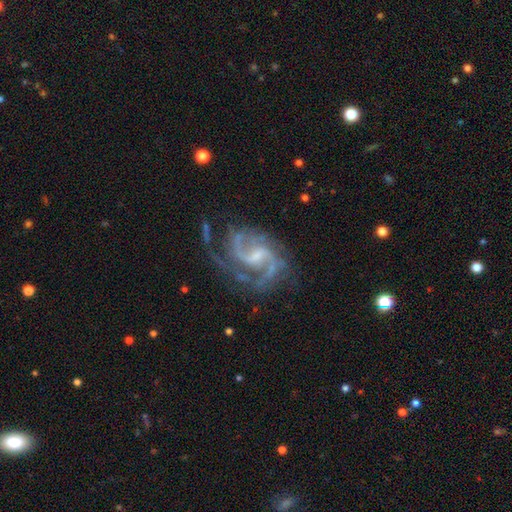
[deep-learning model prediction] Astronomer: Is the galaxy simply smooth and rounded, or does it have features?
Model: featured or disk — 90%.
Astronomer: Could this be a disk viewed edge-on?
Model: no — 98%.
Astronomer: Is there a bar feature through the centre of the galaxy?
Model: weak — 57%.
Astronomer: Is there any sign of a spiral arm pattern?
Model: yes — 97%.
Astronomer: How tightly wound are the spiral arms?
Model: medium — 56%.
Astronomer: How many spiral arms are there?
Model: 2 — 60%.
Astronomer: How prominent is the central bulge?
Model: small — 47% (runner-up: moderate, 29%).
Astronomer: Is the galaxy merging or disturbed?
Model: none — 61%.